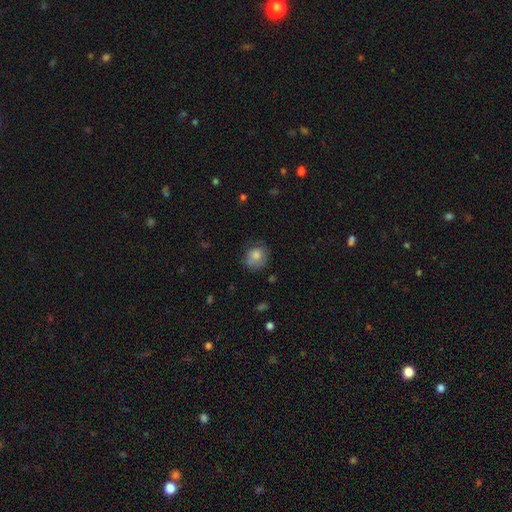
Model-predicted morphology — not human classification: Overall: smooth (79%). How rounded: round (75%). Merging: none (63%; minor disturbance 25%).